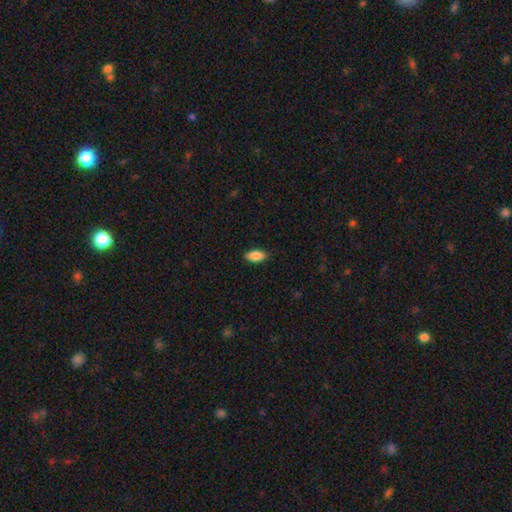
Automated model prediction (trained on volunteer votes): Smooth or featured? smooth (88%)
How rounded? in between (91%)
Merging? none (85%)